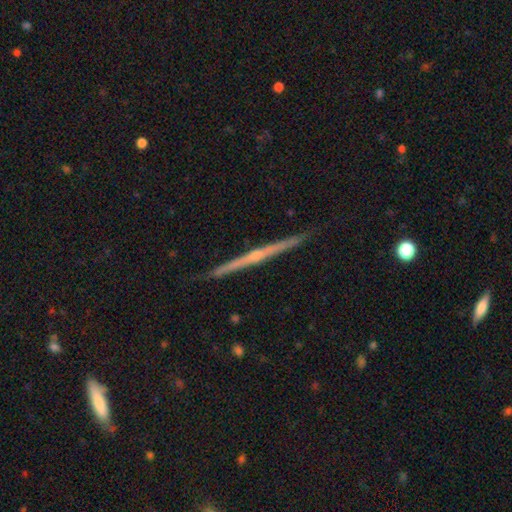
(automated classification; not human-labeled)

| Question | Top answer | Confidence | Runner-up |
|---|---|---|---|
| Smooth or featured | featured or disk | 81% | smooth (12%) |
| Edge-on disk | yes | 99% | no (1%) |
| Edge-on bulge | rounded | 66% | none (28%) |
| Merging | none | 92% | minor disturbance (6%) |